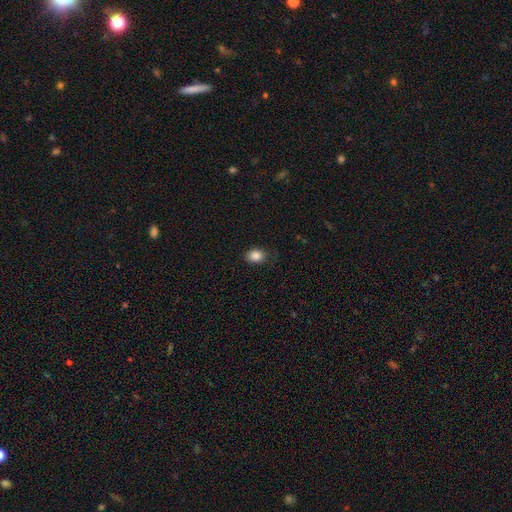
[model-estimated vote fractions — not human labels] Smooth or featured? Predicted: smooth (p=0.85). How rounded? Predicted: in between (p=0.62). Merging? Predicted: none (p=0.79).